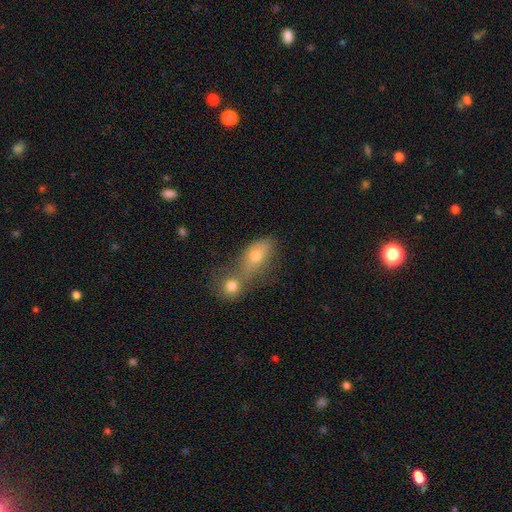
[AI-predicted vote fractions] A smooth galaxy with no disk features (70%) that is in between round and cigar-shaped (73%).

Vote fractions:
- Smooth or featured? smooth: 70% / featured or disk: 19% / star or artifact: 11%
- How rounded? in between: 73% / round: 20% / cigar-shaped: 7%
- Merging? merger: 62% / none: 24% / minor disturbance: 8% / major disturbance: 6%